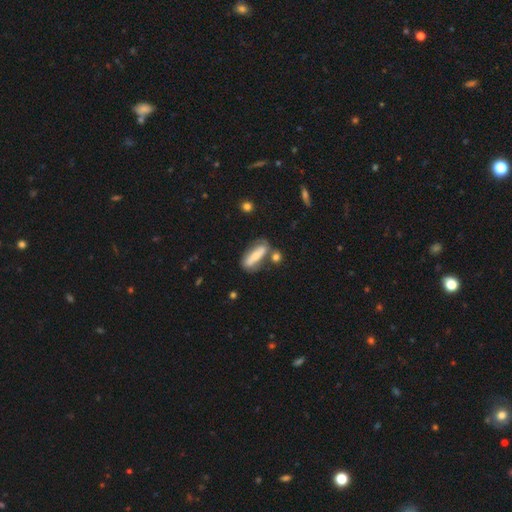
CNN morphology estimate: Smooth or featured?
  - smooth: 51% *
  - featured or disk: 42%
  - star or artifact: 7%
How rounded?
  - in between: 49% *
  - cigar-shaped: 48%
  - round: 3%
Merging?
  - none: 59% *
  - minor disturbance: 18%
  - merger: 15%
  - major disturbance: 8%